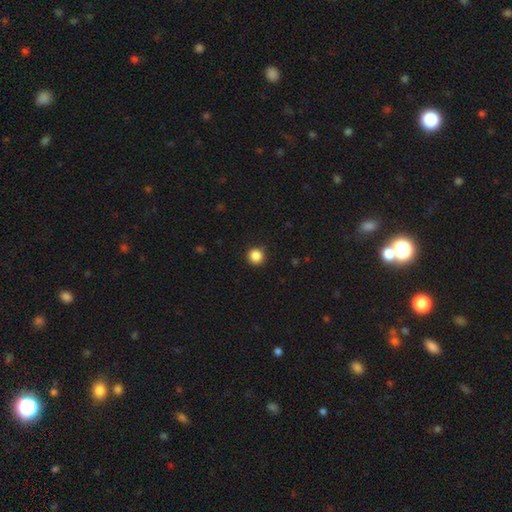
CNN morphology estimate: Smooth or featured? Predicted: smooth (p=0.86). How rounded? Predicted: round (p=0.95). Merging? Predicted: none (p=0.90).